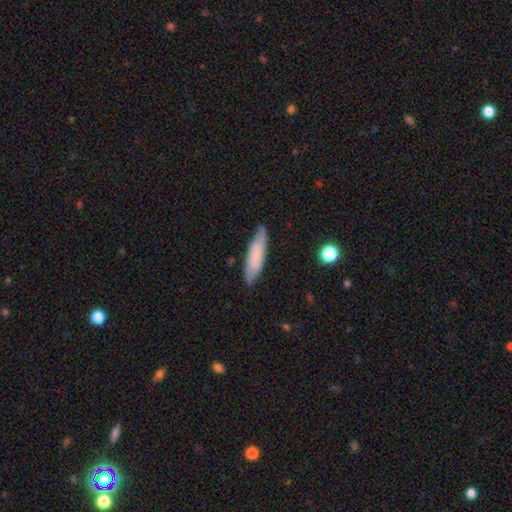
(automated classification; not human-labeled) smooth_or_featured: smooth (p=0.68) [alt: featured or disk p=0.25]
how_rounded: cigar-shaped (p=0.71) [alt: in between p=0.27]
merging: none (p=0.81) [alt: minor disturbance p=0.15]